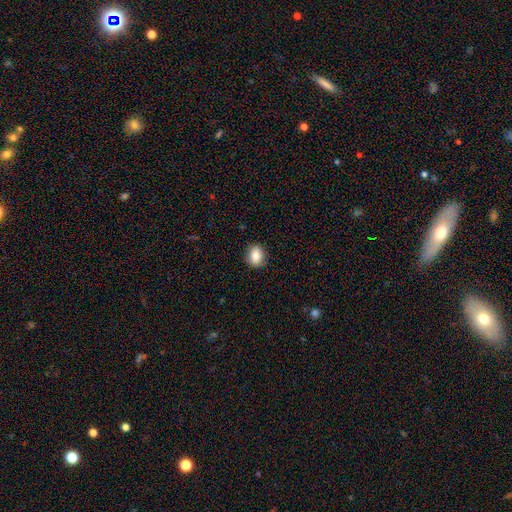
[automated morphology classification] type=smooth (84%); roundness=round (50%); merging=none (87%).